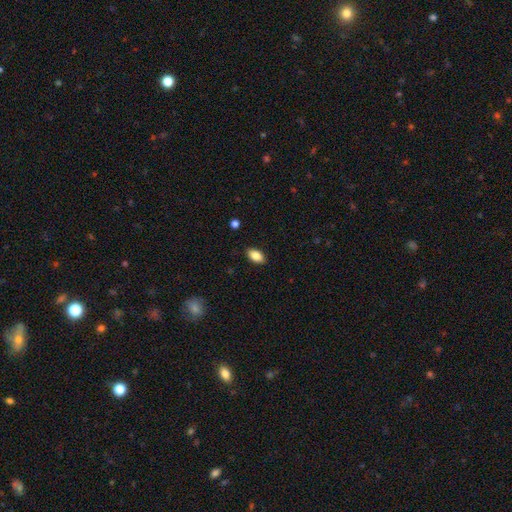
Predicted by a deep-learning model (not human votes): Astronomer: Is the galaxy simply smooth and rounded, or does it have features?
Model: smooth — 85%.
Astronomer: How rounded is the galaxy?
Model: in between — 92%.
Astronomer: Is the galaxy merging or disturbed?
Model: none — 88%.